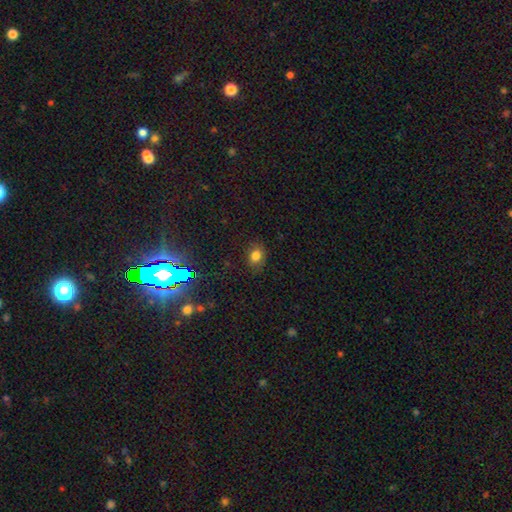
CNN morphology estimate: This appears to be a smooth galaxy with no disk features (78%) that is in between round and cigar-shaped (60%). Merging: none (80%).